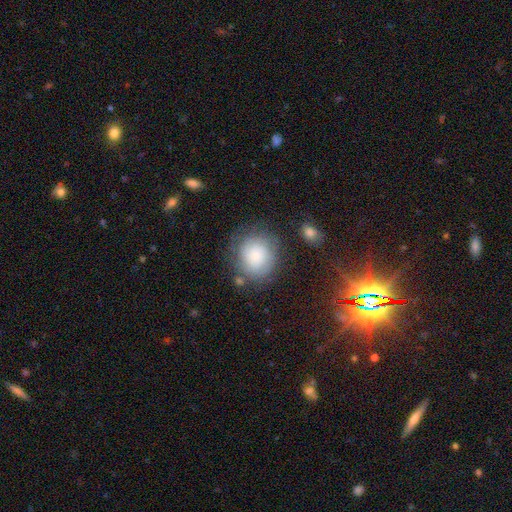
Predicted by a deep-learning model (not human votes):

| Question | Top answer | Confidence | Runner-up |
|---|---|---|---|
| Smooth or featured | smooth | 65% | featured or disk (26%) |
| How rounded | round | 80% | in between (19%) |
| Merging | none | 67% | minor disturbance (19%) |